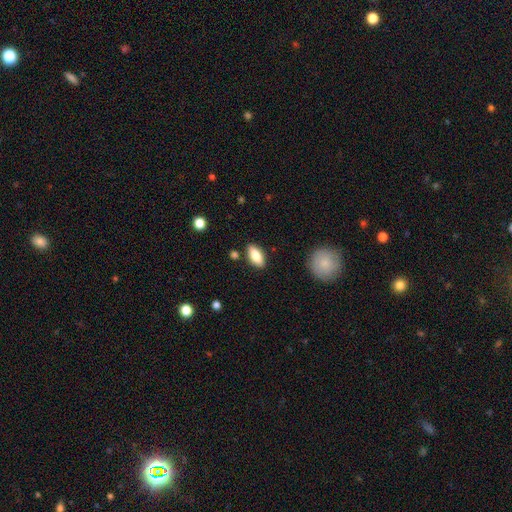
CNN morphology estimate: smooth 78%, featured or disk 16%, star or artifact 7%. Down the decision tree: how rounded — in between (87%); merging — none (86%).